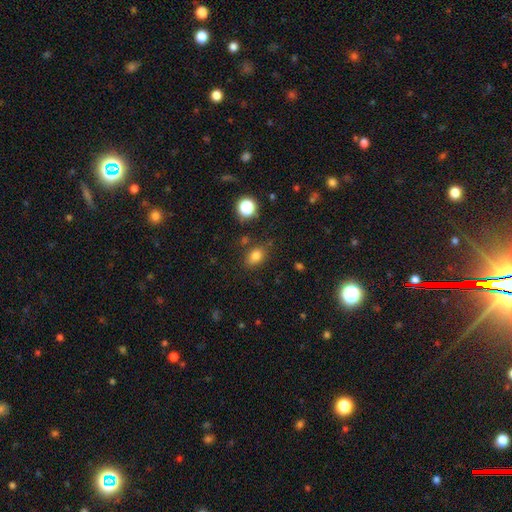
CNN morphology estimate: smooth-or-featured: smooth: 78% | star or artifact: 14% | featured or disk: 8%
  how-rounded: in between: 72% | round: 26% | cigar-shaped: 2%
  merging: none: 75% | minor disturbance: 16% | merger: 5% | major disturbance: 4%